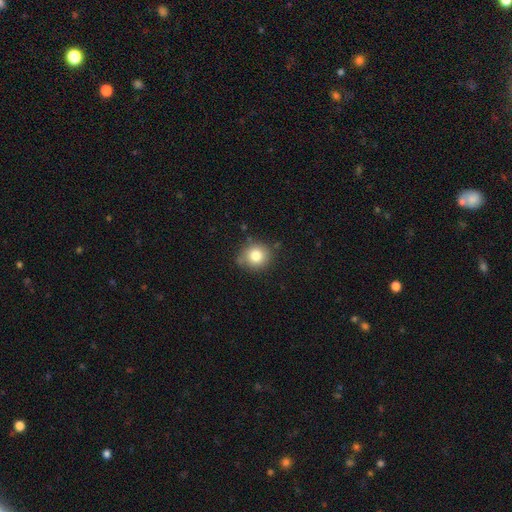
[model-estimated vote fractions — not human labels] This is clearly a smooth galaxy (80%). How rounded: clearly round (87%). Merging: likely none (79%).